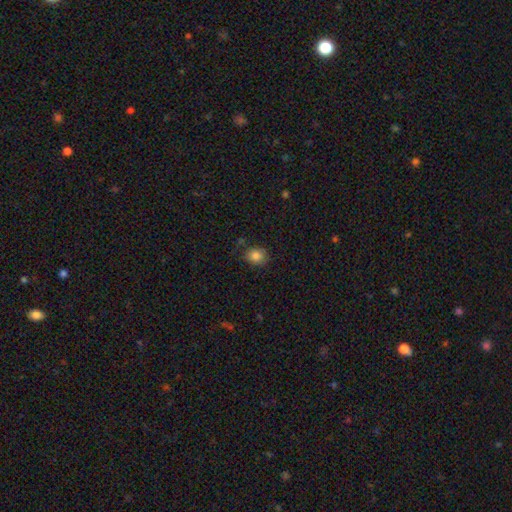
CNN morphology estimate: smooth 84%, star or artifact 10%, featured or disk 5%. Down the decision tree: how rounded — round (60%); merging — none (77%).